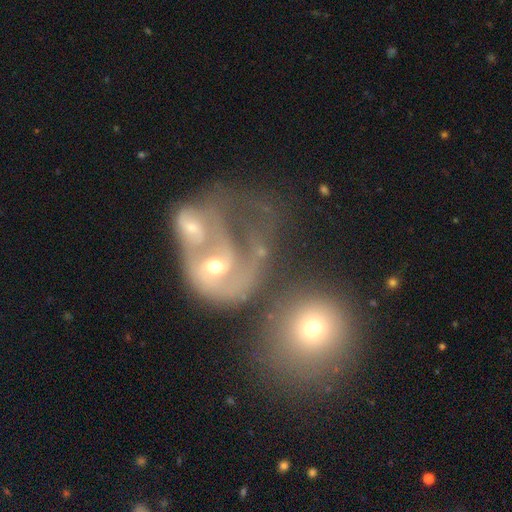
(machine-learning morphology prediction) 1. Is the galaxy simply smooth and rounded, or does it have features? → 69% featured or disk, 21% smooth, 10% star or artifact.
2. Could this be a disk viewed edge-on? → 97% no, 3% yes.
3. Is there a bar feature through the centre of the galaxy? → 68% no, 25% weak, 7% strong.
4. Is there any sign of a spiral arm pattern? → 69% yes, 31% no.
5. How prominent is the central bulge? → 56% moderate, 33% small, 5% large, 5% none, 2% dominant.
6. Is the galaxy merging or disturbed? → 68% merger, 18% major disturbance, 9% none, 5% minor disturbance.